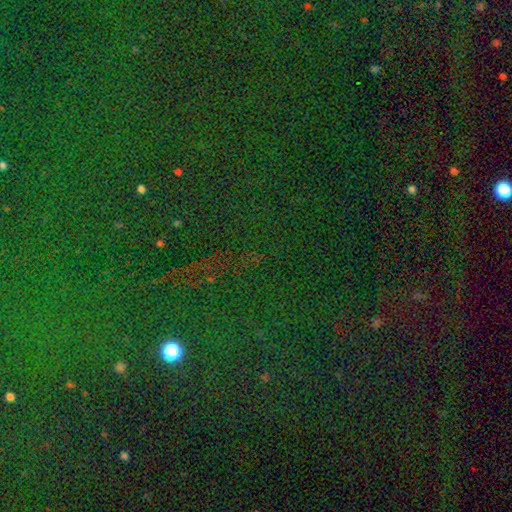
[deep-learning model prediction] Overall: star or artifact (83%).